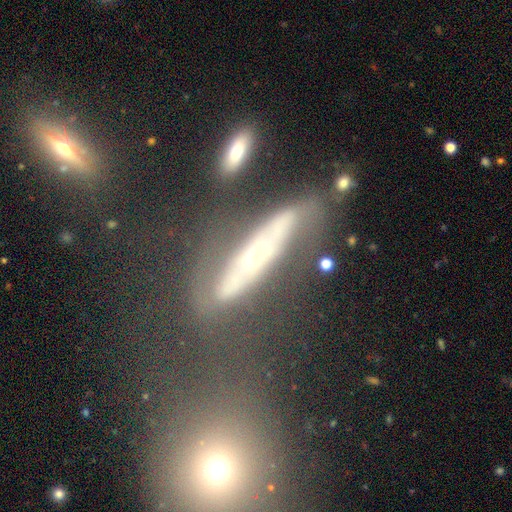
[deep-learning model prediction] This appears to be a featured or disk galaxy (69%). Merging: none (52%).